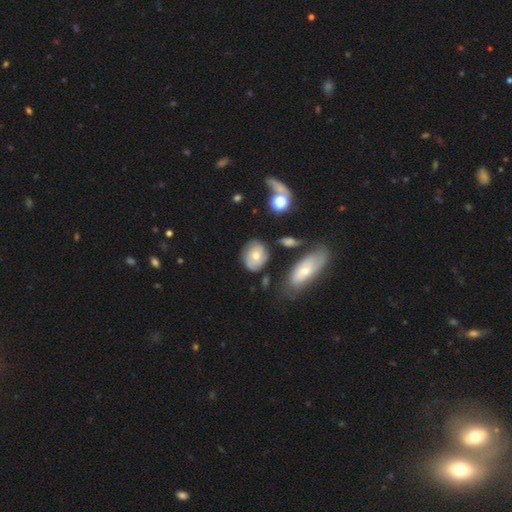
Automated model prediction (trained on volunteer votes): Smooth or featured: smooth — 46% (featured or disk — 45%)
Merging: none — 63% (minor disturbance — 22%)